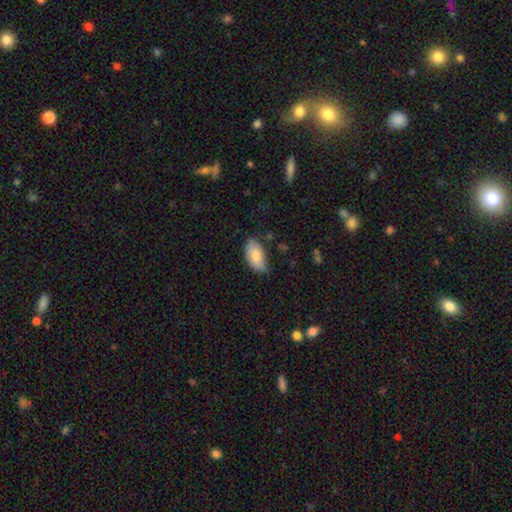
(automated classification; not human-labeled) Smooth or featured: smooth — 81% (featured or disk — 13%)
How rounded: in between — 95% (round — 3%)
Merging: none — 64% (minor disturbance — 29%)